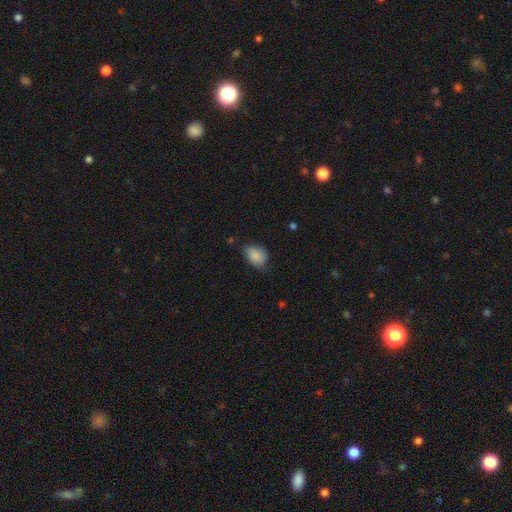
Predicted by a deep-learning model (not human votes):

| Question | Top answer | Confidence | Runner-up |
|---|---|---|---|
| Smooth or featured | smooth | 86% | star or artifact (7%) |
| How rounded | in between | 78% | round (21%) |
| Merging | none | 59% | minor disturbance (33%) |